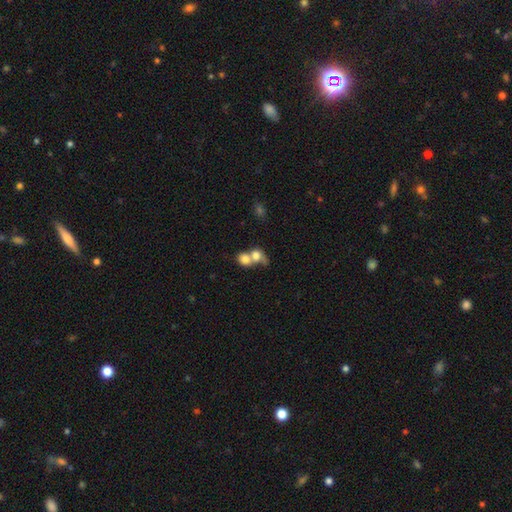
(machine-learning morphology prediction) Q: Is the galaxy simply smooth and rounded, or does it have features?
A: smooth — 74%.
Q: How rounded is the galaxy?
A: round — 62%.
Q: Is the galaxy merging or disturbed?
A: merger — 75%.